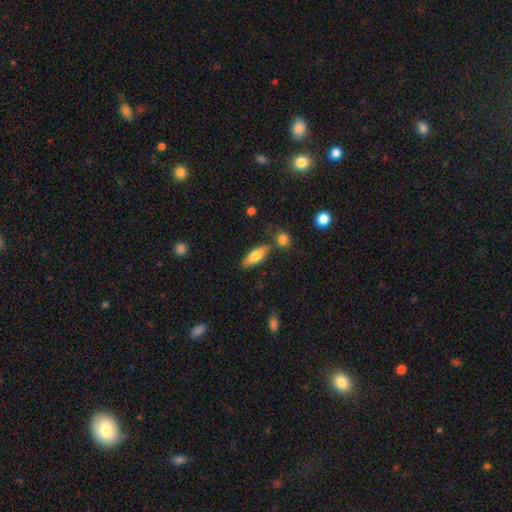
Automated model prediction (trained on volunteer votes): smooth 67%, featured or disk 26%, star or artifact 6%. Down the decision tree: how rounded — in between (55%); merging — none (75%).